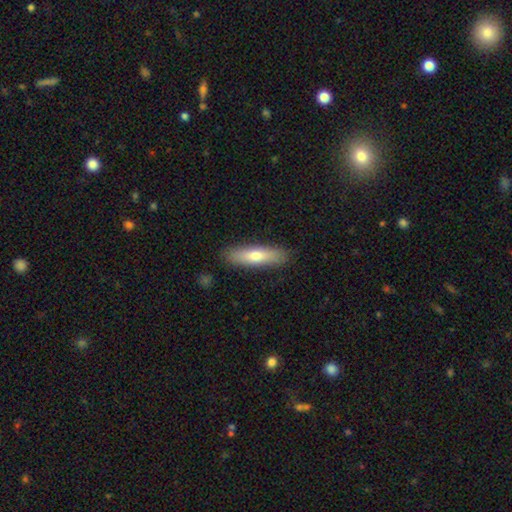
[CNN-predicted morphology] smooth_or_featured: smooth (p=0.69) [alt: featured or disk p=0.25]
how_rounded: cigar-shaped (p=0.68) [alt: in between p=0.30]
merging: none (p=0.88) [alt: minor disturbance p=0.08]